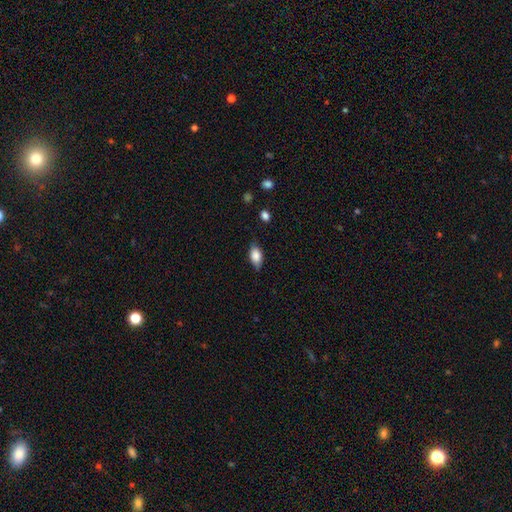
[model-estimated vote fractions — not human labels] This is clearly a smooth galaxy (81%). How rounded: clearly in between (88%). Merging: likely none (76%).